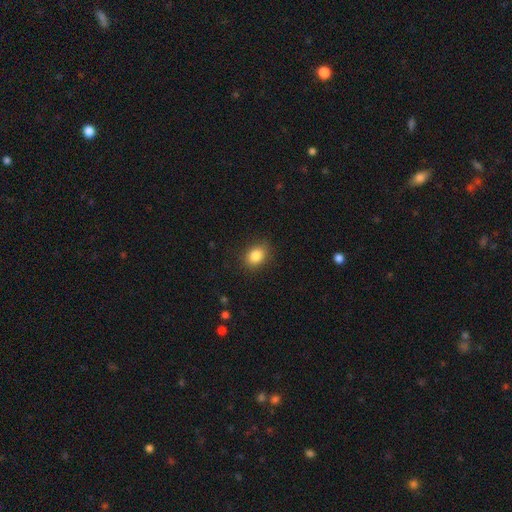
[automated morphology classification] A smooth galaxy with no disk features (84%) that is in between round and cigar-shaped (60%).

Vote fractions:
- Smooth or featured? smooth: 84% / star or artifact: 10% / featured or disk: 6%
- How rounded? in between: 60% / round: 39% / cigar-shaped: 1%
- Merging? none: 86% / minor disturbance: 10% / major disturbance: 3% / merger: 1%